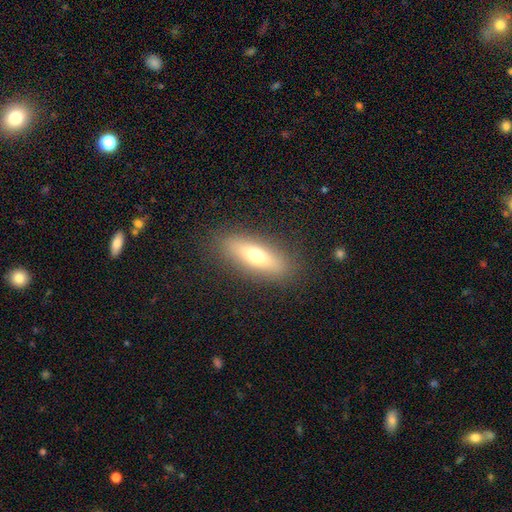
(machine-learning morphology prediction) smooth 62%, featured or disk 30%, star or artifact 8%. Down the decision tree: how rounded — in between (50%); merging — none (87%).